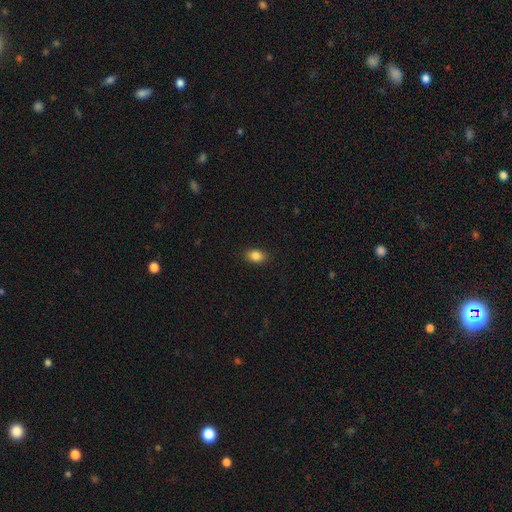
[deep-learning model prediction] Morphology: type=smooth (86%); roundness=in between (81%); merging=none (88%).